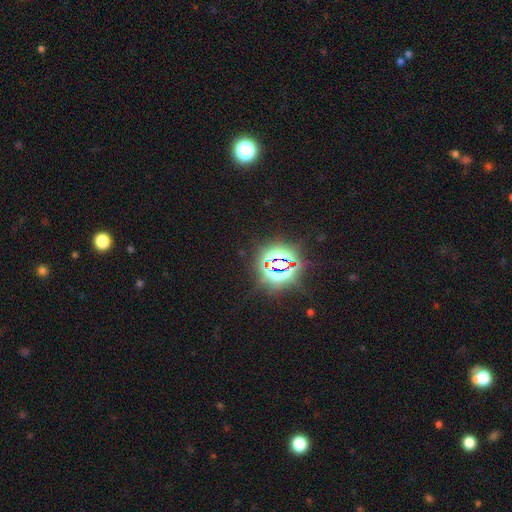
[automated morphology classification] type=star or artifact (82%).